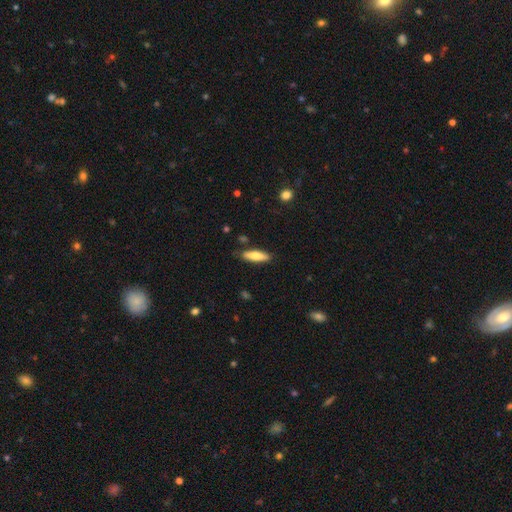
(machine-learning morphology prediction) Q: Smooth or featured?
A: smooth (76%); runner-up: featured or disk (18%)
Q: How rounded?
A: cigar-shaped (60%); runner-up: in between (38%)
Q: Merging?
A: none (83%); runner-up: minor disturbance (13%)